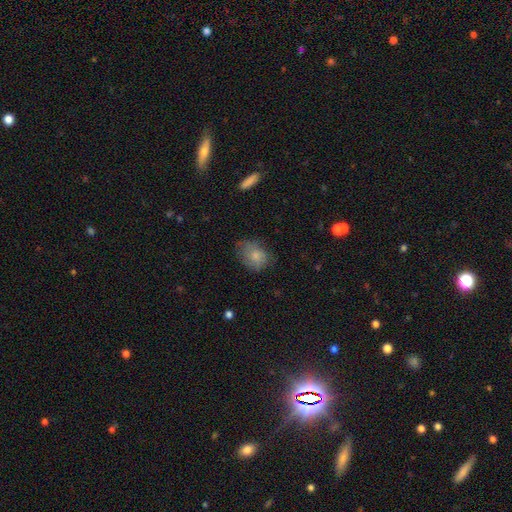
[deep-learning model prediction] A smooth galaxy with no disk features (71%) that is in between round and cigar-shaped (58%).

Vote fractions:
- Smooth or featured? smooth: 71% / featured or disk: 21% / star or artifact: 8%
- How rounded? in between: 58% / round: 41% / cigar-shaped: 1%
- Merging? none: 57% / minor disturbance: 30% / major disturbance: 12% / merger: 1%